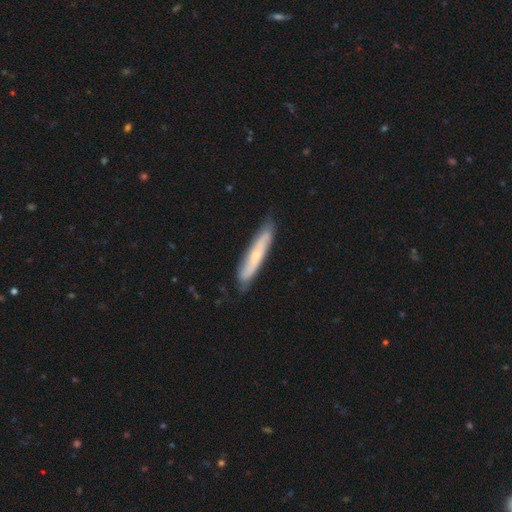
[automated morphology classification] This is possibly a featured or disk galaxy (51%). It is likely viewed edge-on (63%). Merging: clearly none (81%).